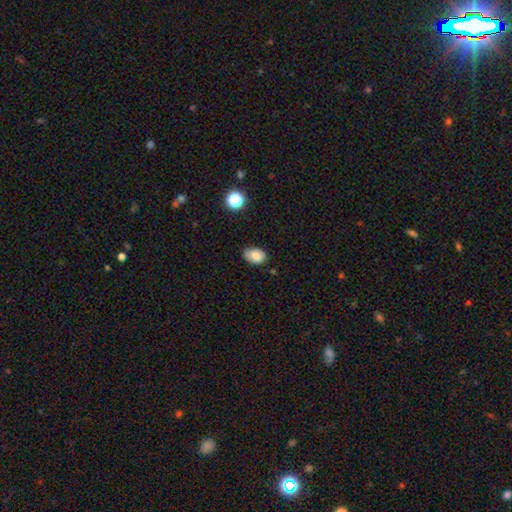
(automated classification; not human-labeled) smooth 82%, star or artifact 10%, featured or disk 8%. Down the decision tree: how rounded — in between (84%); merging — none (74%).